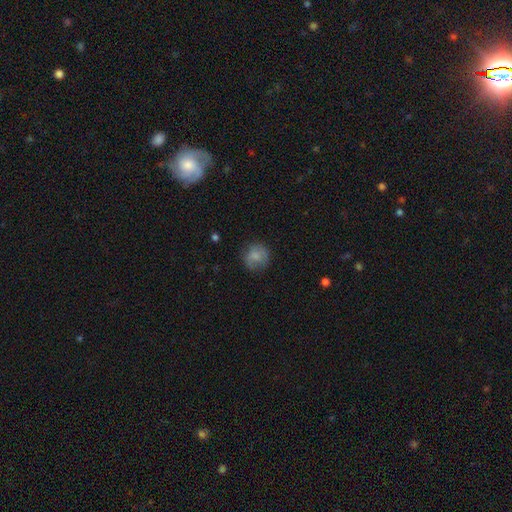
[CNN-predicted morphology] The model was most divided on "merging": none: 73%, minor disturbance: 19%, major disturbance: 7%, merger: 1%. More confident: how rounded — round (87%); smooth or featured — smooth (77%).